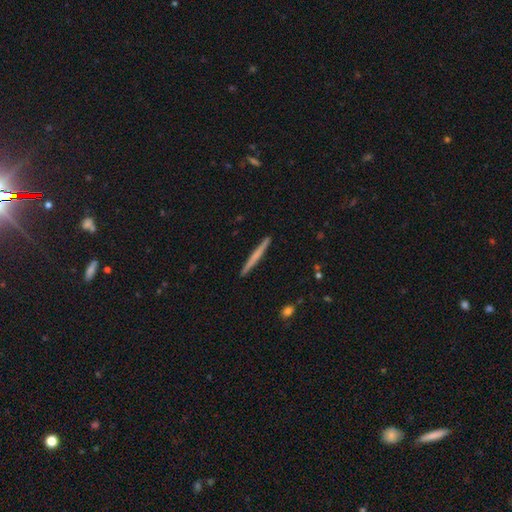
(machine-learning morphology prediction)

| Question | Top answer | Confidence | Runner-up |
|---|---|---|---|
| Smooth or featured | smooth | 53% | featured or disk (42%) |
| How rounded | cigar-shaped | 97% | in between (2%) |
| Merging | none | 93% | minor disturbance (5%) |